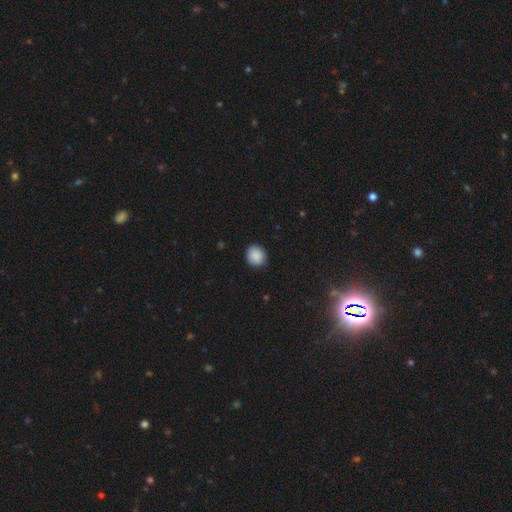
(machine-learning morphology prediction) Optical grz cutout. It shows a smooth galaxy with no disk features (89%) that is round (83%). Merging: none (89%).